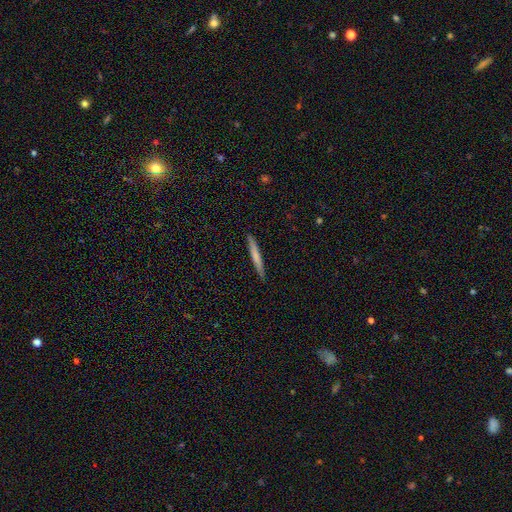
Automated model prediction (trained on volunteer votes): Overall: smooth (66%; featured or disk 29%). How rounded: cigar-shaped (97%). Merging: none (91%).